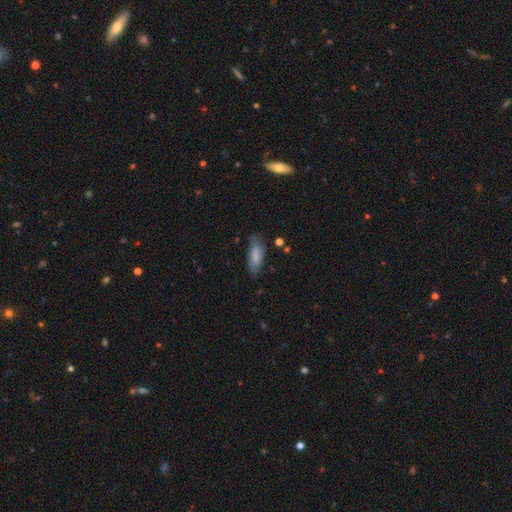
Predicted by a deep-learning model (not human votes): This appears to be a smooth galaxy with no disk features (74%) that is in between round and cigar-shaped (73%). Merging: none (66%).